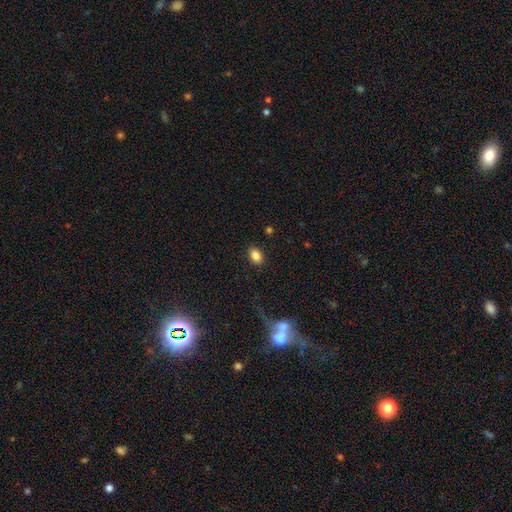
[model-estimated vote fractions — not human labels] The model was most divided on "how rounded": in between: 79%, round: 20%, cigar-shaped: 1%. More confident: merging — none (87%); smooth or featured — smooth (85%).